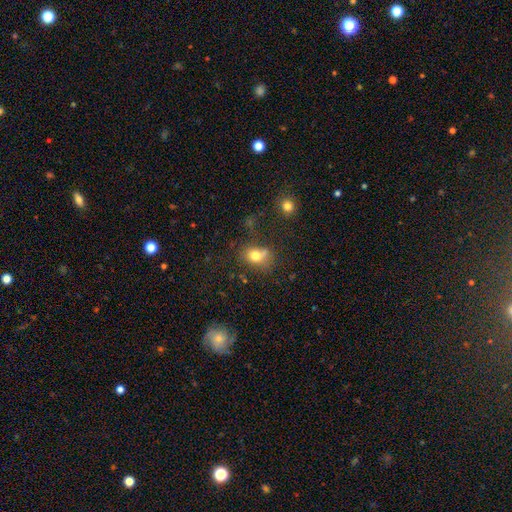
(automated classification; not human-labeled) Smooth or featured?
  - smooth: 76% *
  - star or artifact: 12%
  - featured or disk: 12%
How rounded?
  - in between: 50% *
  - round: 49%
  - cigar-shaped: 1%
Merging?
  - none: 52% *
  - minor disturbance: 21%
  - merger: 17%
  - major disturbance: 10%